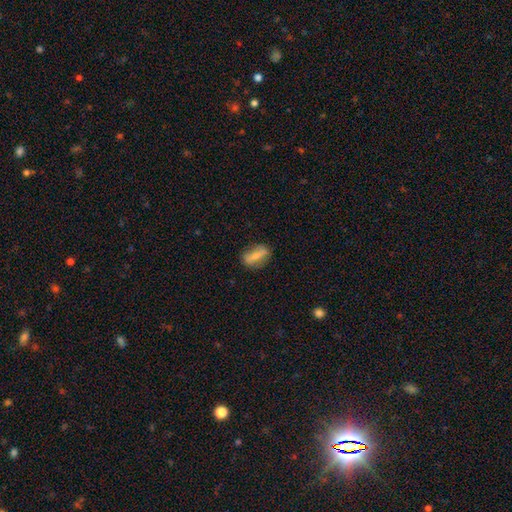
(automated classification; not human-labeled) Smooth or featured?
  - smooth: 63% *
  - featured or disk: 29%
  - star or artifact: 8%
How rounded?
  - in between: 68% *
  - cigar-shaped: 23%
  - round: 8%
Merging?
  - none: 79% *
  - minor disturbance: 15%
  - major disturbance: 4%
  - merger: 2%